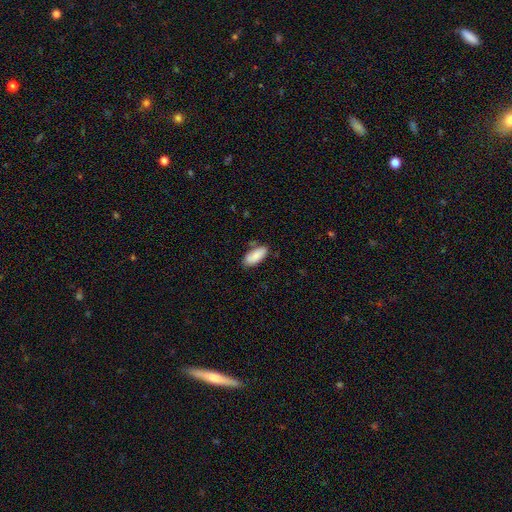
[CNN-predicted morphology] The model was most divided on "merging": none: 77%, minor disturbance: 16%, merger: 5%, major disturbance: 3%. More confident: smooth or featured — smooth (85%); how rounded — in between (84%).